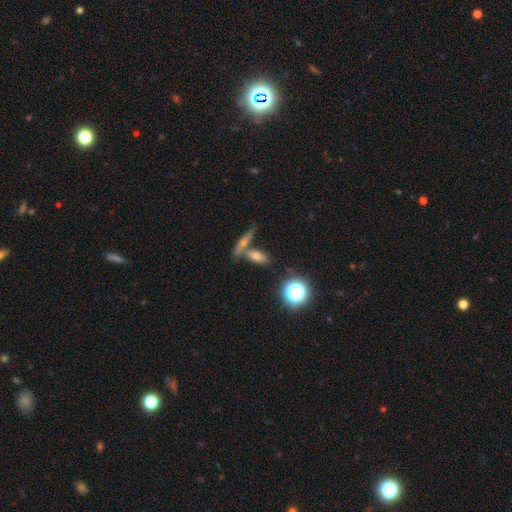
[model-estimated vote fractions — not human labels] A smooth galaxy with no disk features (59%) that is in between round and cigar-shaped (56%).

Vote fractions:
- Smooth or featured? smooth: 59% / featured or disk: 23% / star or artifact: 18%
- How rounded? in between: 56% / cigar-shaped: 32% / round: 12%
- Merging? none: 53% / merger: 35% / minor disturbance: 9% / major disturbance: 4%